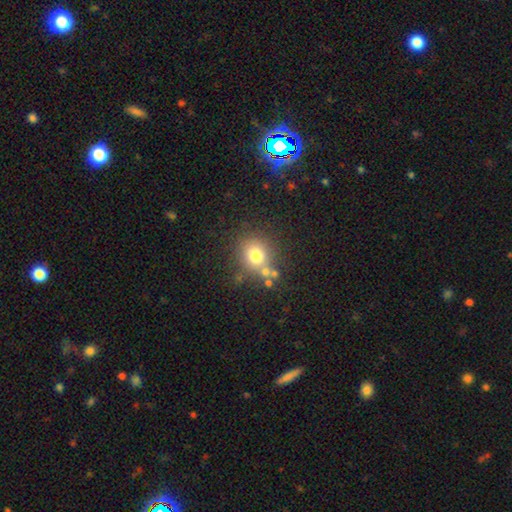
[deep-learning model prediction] Smooth or featured?
  - smooth: 73% *
  - star or artifact: 15%
  - featured or disk: 12%
How rounded?
  - round: 83% *
  - in between: 16%
  - cigar-shaped: 1%
Merging?
  - none: 68% *
  - merger: 14%
  - minor disturbance: 12%
  - major disturbance: 6%